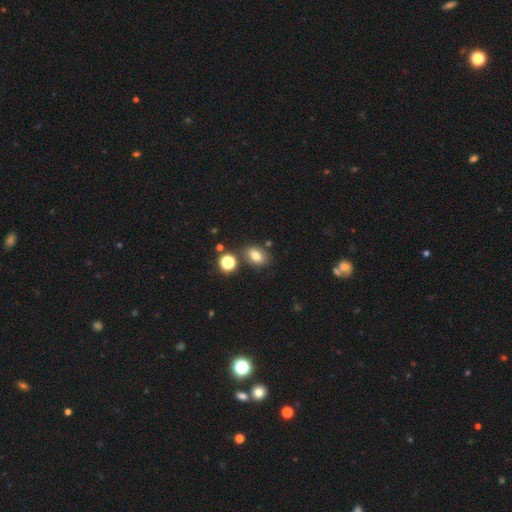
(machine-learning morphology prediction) Overall: smooth (76%). How rounded: in between (75%). Merging: none (76%).